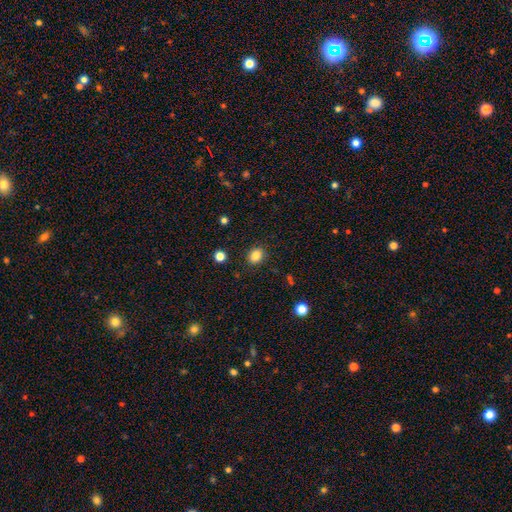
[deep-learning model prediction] This appears to be a smooth galaxy with no disk features (84%) that is round (61%). Merging: none (88%).